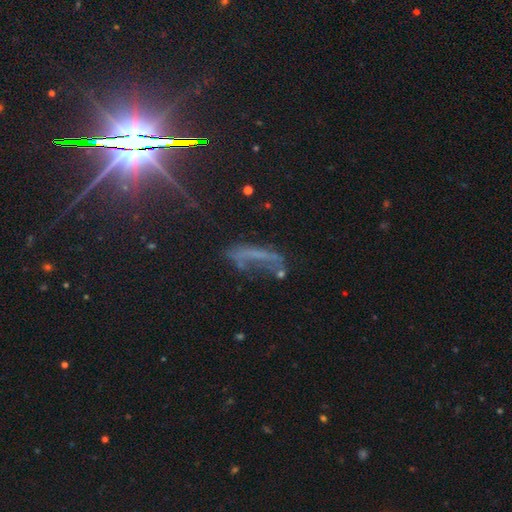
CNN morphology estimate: smooth_or_featured: featured or disk (p=0.42) [alt: star or artifact p=0.37]
merging: none (p=0.36) [tied with: major disturbance p=0.36]